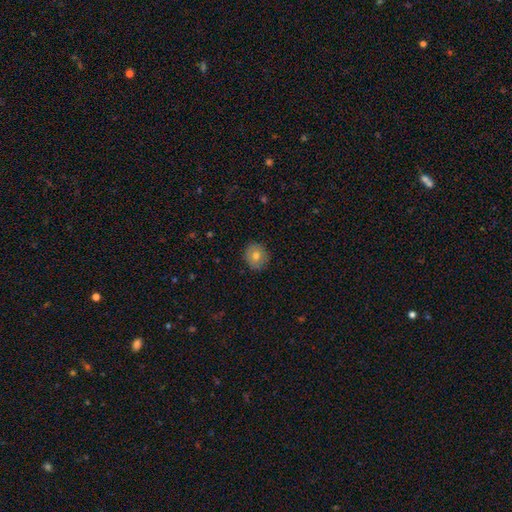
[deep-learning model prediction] Smooth or featured? smooth (73%)
How rounded? round (86%)
Merging? none (88%)